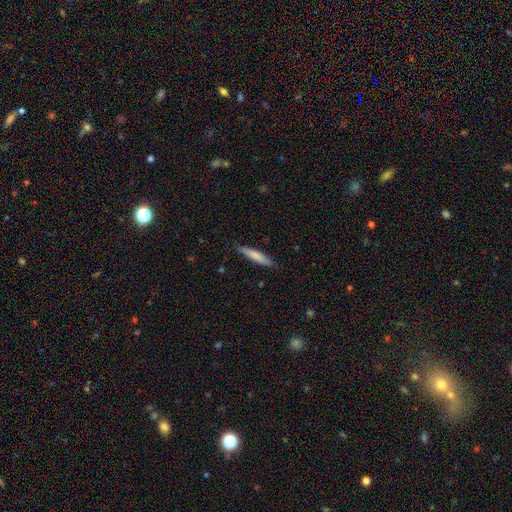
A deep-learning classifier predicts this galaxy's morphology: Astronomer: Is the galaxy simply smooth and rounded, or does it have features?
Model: smooth — 73%.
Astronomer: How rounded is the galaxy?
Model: cigar-shaped — 90%.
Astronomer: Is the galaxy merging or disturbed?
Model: none — 86%.